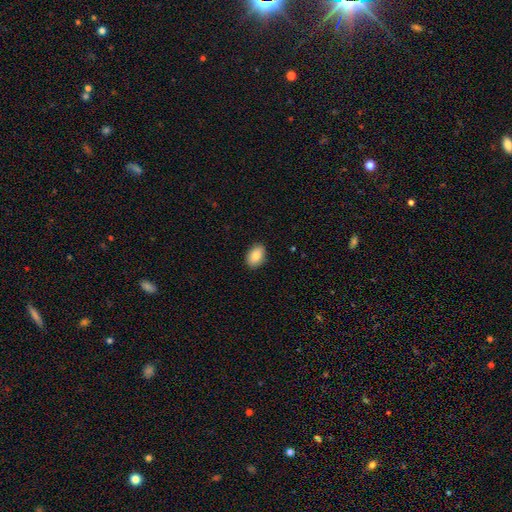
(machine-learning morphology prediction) type=smooth (84%); roundness=in between (86%); merging=none (89%).